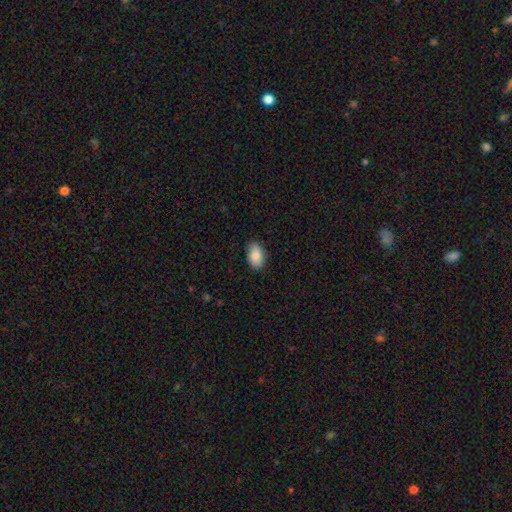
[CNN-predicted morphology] The model was most divided on "merging": none: 84%, minor disturbance: 12%, major disturbance: 2%, merger: 1%. More confident: how rounded — in between (93%); smooth or featured — smooth (86%).